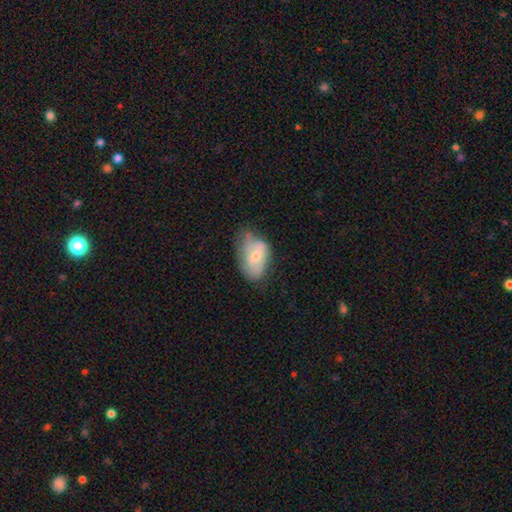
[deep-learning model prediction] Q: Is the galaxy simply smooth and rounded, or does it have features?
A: smooth — 52%.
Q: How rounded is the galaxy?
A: in between — 88%.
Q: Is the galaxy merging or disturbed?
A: minor disturbance — 41%.